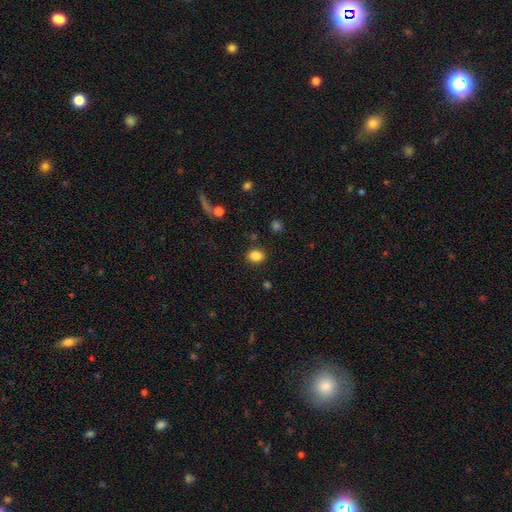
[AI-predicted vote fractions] Smooth or featured?
  - smooth: 84% *
  - star or artifact: 11%
  - featured or disk: 5%
How rounded?
  - round: 52% *
  - in between: 47%
  - cigar-shaped: 1%
Merging?
  - none: 87% *
  - minor disturbance: 8%
  - major disturbance: 3%
  - merger: 2%